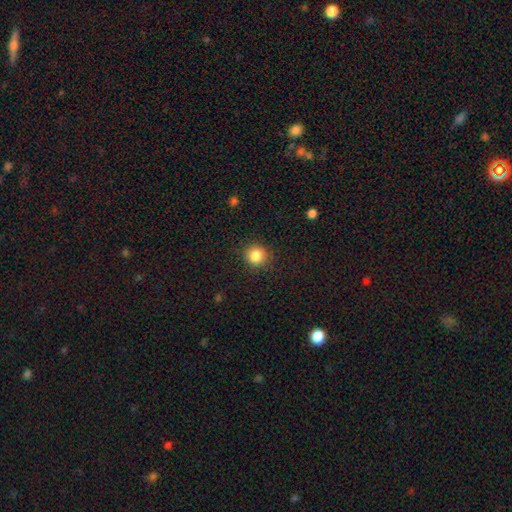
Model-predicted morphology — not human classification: A smooth galaxy with no disk features (86%) that is round (92%).

Vote fractions:
- Smooth or featured? smooth: 86% / star or artifact: 10% / featured or disk: 4%
- How rounded? round: 92% / in between: 7% / cigar-shaped: 1%
- Merging? none: 89% / minor disturbance: 7% / major disturbance: 3% / merger: 1%